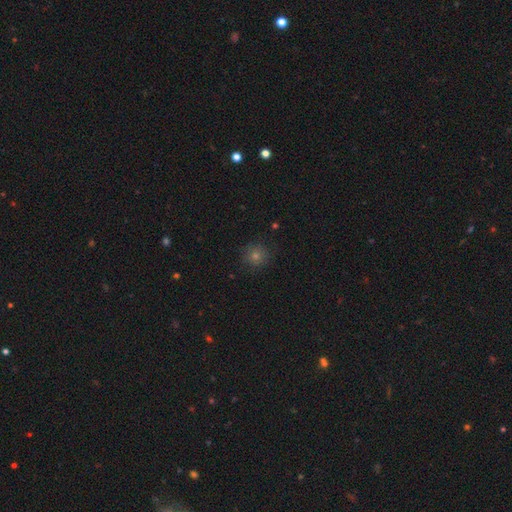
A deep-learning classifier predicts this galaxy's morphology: The model was most divided on "smooth or featured": smooth: 63%, star or artifact: 28%, featured or disk: 9%. More confident: how rounded — round (93%); merging — none (88%).